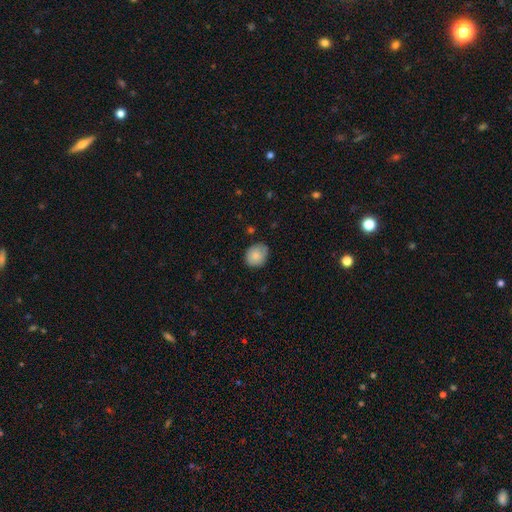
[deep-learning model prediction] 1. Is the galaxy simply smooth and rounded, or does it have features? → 82% smooth, 11% featured or disk, 7% star or artifact.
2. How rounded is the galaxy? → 69% round, 30% in between, 1% cigar-shaped.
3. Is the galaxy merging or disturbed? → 74% none, 22% minor disturbance, 3% major disturbance, 1% merger.